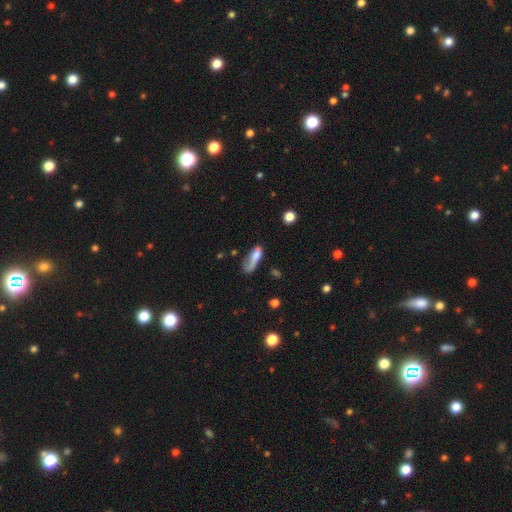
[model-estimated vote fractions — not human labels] Smooth or featured?
  - smooth: 61% *
  - featured or disk: 30%
  - star or artifact: 9%
How rounded?
  - in between: 57% *
  - cigar-shaped: 39%
  - round: 4%
Merging?
  - major disturbance: 36% *
  - none: 32%
  - minor disturbance: 24%
  - merger: 8%